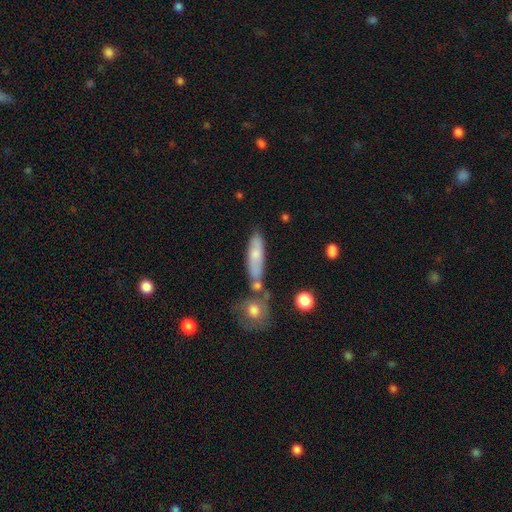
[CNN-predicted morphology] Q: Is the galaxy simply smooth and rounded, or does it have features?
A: smooth — 69%.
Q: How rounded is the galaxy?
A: cigar-shaped — 59%.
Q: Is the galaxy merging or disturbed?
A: none — 63%.